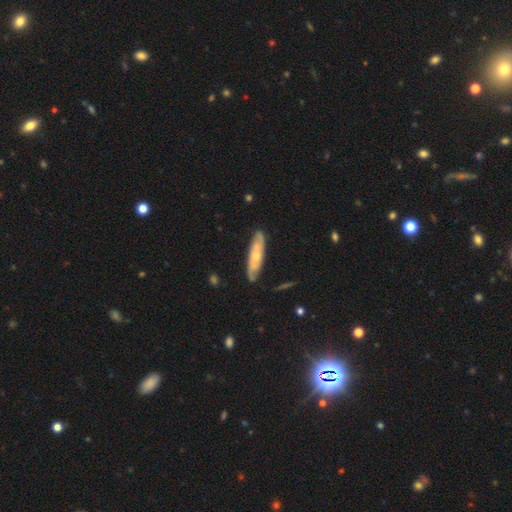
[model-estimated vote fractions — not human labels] Q: Smooth or featured?
A: featured or disk (55%); runner-up: smooth (40%)
Q: Edge-on disk?
A: no (57%); runner-up: yes (43%)
Q: Merging?
A: none (83%); runner-up: minor disturbance (13%)